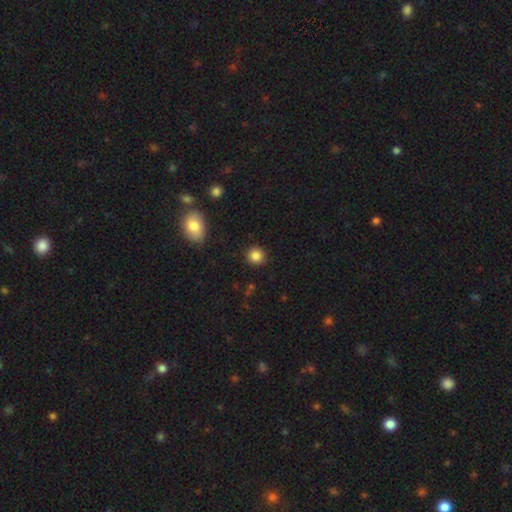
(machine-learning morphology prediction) smooth_or_featured: smooth (p=0.85) [alt: star or artifact p=0.11]
how_rounded: round (p=0.90) [alt: in between p=0.09]
merging: none (p=0.90) [alt: minor disturbance p=0.06]